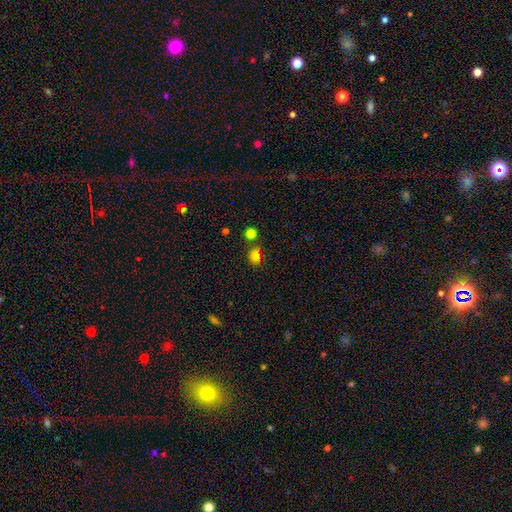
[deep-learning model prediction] smooth 79%, star or artifact 15%, featured or disk 6%. Down the decision tree: how rounded — round (60%); merging — none (66%).